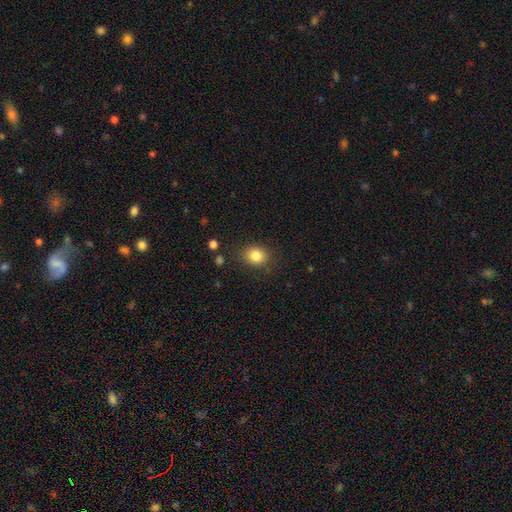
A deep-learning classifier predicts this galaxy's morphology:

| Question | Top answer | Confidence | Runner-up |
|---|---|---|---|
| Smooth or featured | smooth | 83% | star or artifact (10%) |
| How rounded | round | 64% | in between (35%) |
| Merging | none | 83% | minor disturbance (12%) |